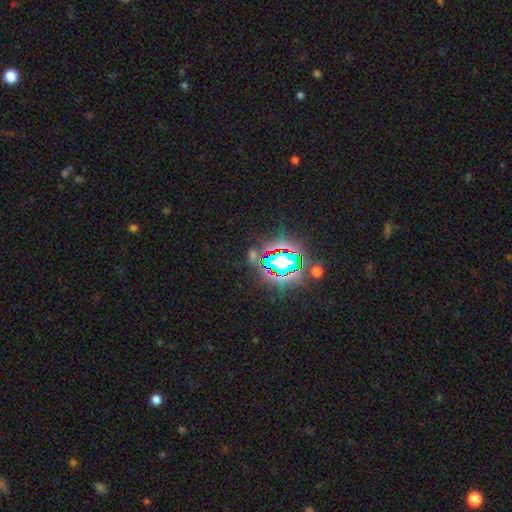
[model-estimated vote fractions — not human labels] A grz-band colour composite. It shows a star or artifact, not a galaxy (75%).